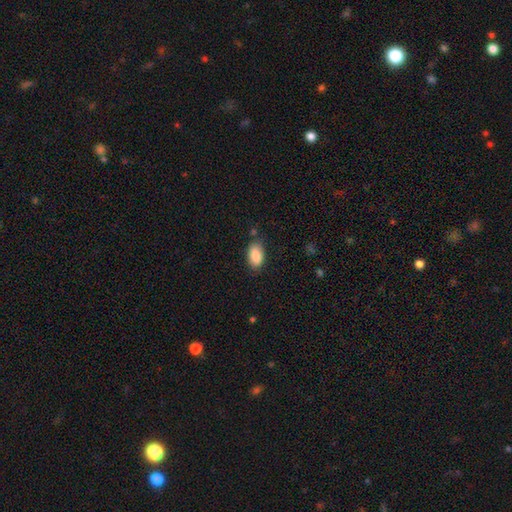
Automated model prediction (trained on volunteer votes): smooth-or-featured: smooth: 86% | featured or disk: 7% | star or artifact: 7%
  how-rounded: in between: 93% | round: 5% | cigar-shaped: 2%
  merging: none: 78% | minor disturbance: 16% | major disturbance: 3% | merger: 3%